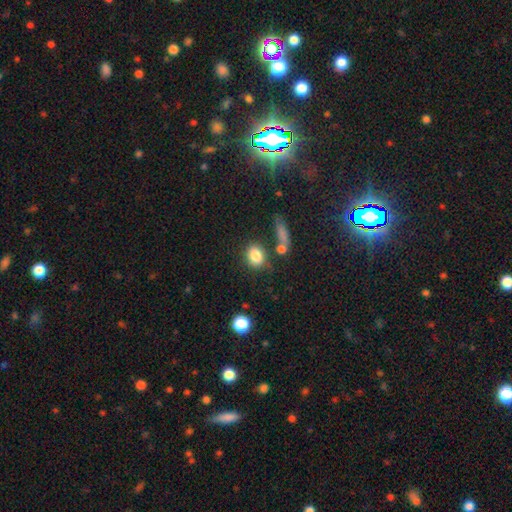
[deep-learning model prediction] smooth_or_featured: smooth (p=0.82) [alt: star or artifact p=0.10]
how_rounded: round (p=0.54) [alt: in between p=0.44]
merging: none (p=0.68) [alt: minor disturbance p=0.14]